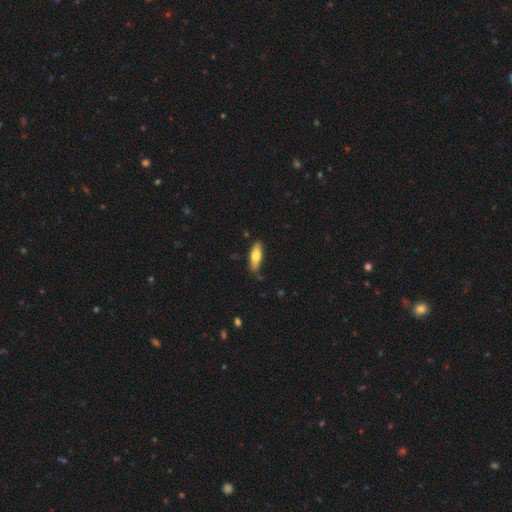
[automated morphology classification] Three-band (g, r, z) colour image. It shows a smooth galaxy with no disk features (70%) that is in between round and cigar-shaped (54%). Merging: none (84%).